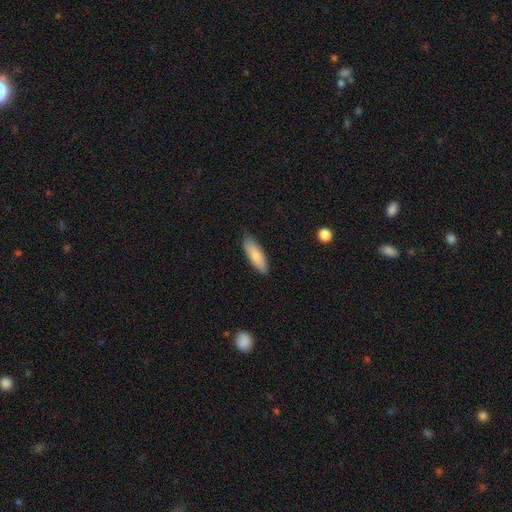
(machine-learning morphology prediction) smooth-or-featured: smooth: 81% | featured or disk: 13% | star or artifact: 6%
  how-rounded: in between: 54% | cigar-shaped: 44% | round: 2%
  merging: none: 84% | minor disturbance: 13% | major disturbance: 2% | merger: 1%